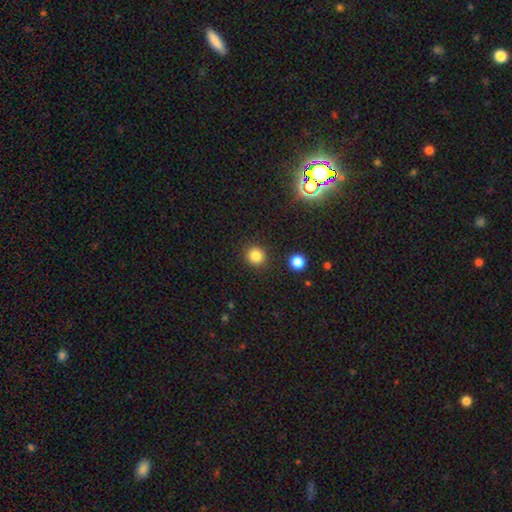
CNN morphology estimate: Q: Smooth or featured?
A: smooth (84%); runner-up: star or artifact (12%)
Q: How rounded?
A: round (92%); runner-up: in between (7%)
Q: Merging?
A: none (91%); runner-up: minor disturbance (5%)